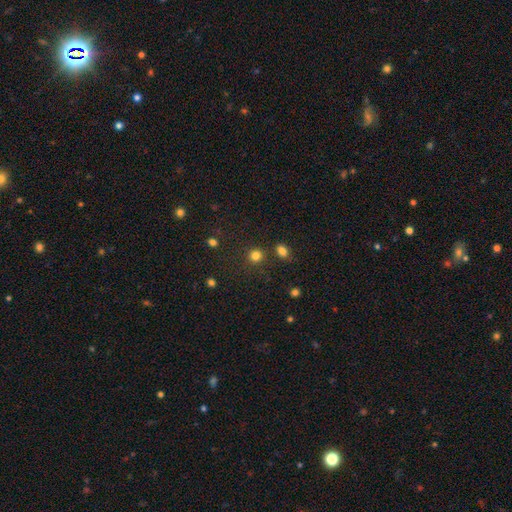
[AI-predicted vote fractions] Overall: smooth (81%). How rounded: round (87%). Merging: none (81%).